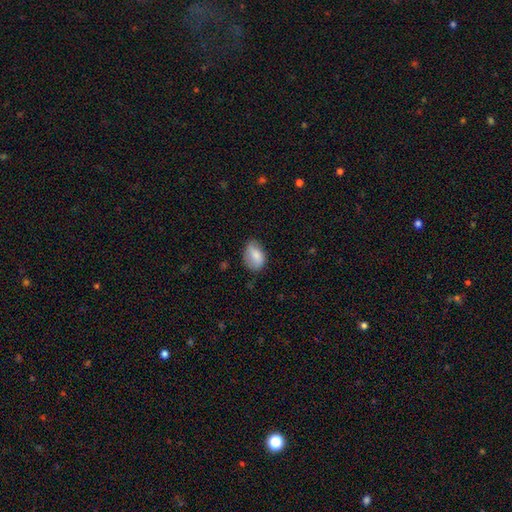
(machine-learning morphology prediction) smooth-or-featured: smooth: 79% | featured or disk: 14% | star or artifact: 7%
  how-rounded: in between: 83% | round: 16% | cigar-shaped: 1%
  merging: none: 68% | minor disturbance: 25% | major disturbance: 6% | merger: 1%